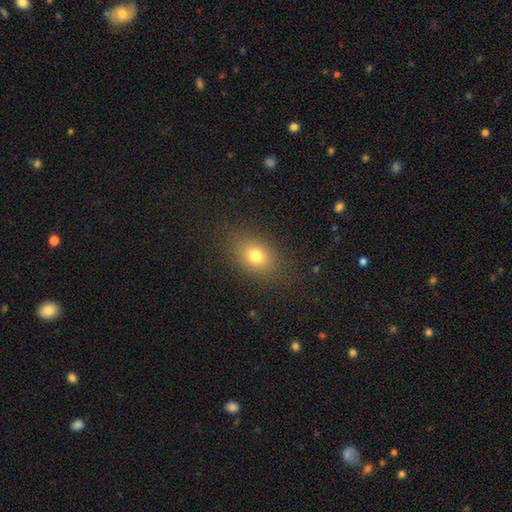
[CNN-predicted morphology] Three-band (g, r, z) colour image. It shows a smooth galaxy with no disk features (76%) that is in between round and cigar-shaped (72%). Merging: none (85%).